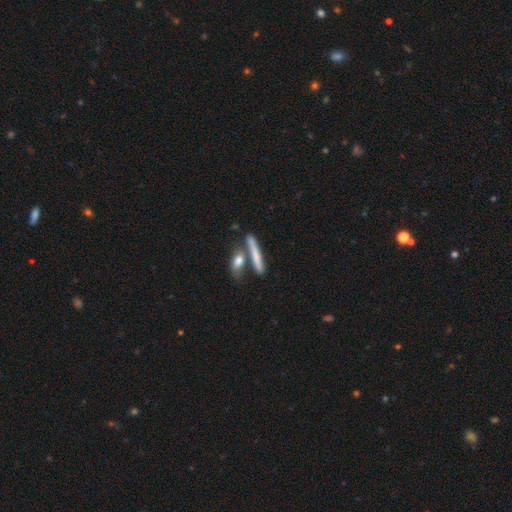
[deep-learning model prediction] Smooth or featured? smooth (67%)
How rounded? cigar-shaped (82%)
Merging? none (55%)